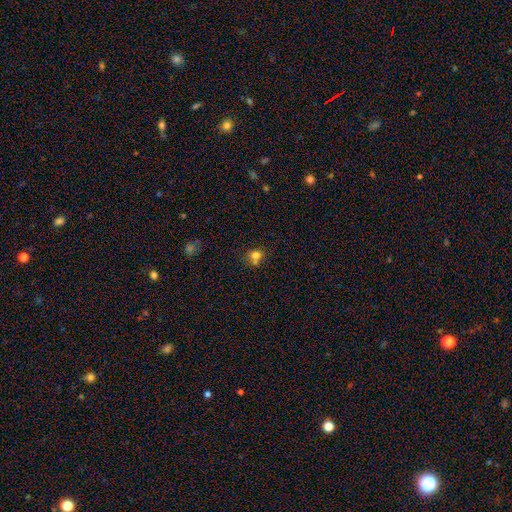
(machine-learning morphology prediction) Smooth or featured? smooth (72%)
How rounded? round (74%)
Merging? none (56%)